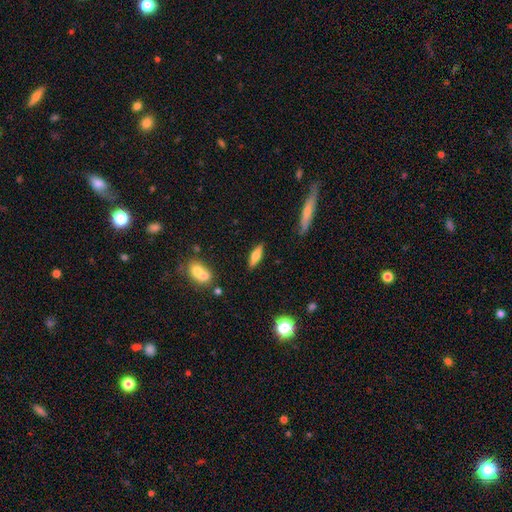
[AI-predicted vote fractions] This appears to be a smooth galaxy with no disk features (56%) that is cigar-shaped (56%). Merging: none (84%).